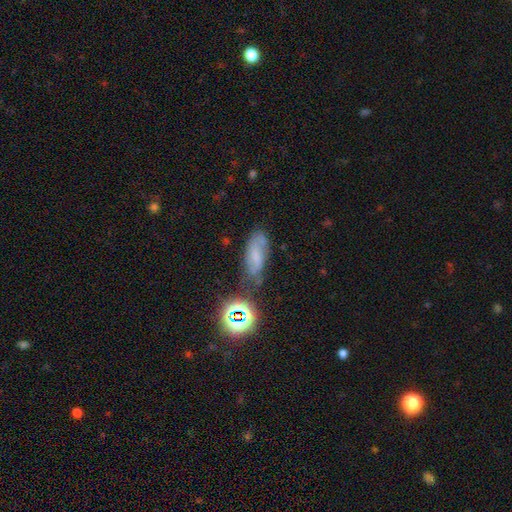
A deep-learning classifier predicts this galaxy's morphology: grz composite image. It shows a smooth galaxy with no disk features (40%). Merging: none (58%).